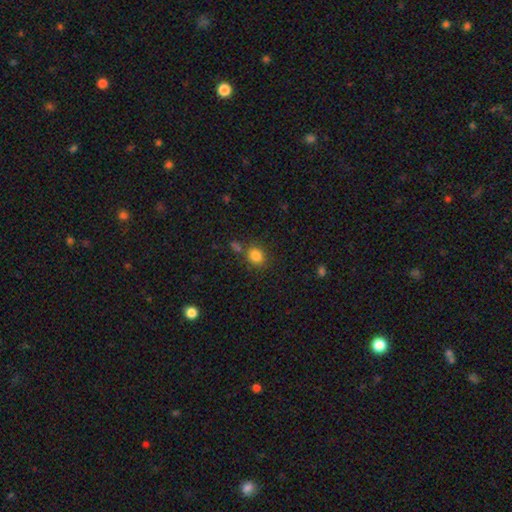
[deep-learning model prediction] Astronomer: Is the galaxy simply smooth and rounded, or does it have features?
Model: smooth — 83%.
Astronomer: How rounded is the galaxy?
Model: round — 68%.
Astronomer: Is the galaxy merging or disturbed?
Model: none — 73%.